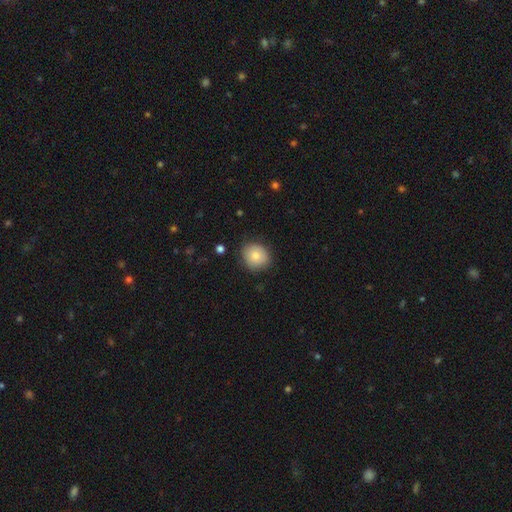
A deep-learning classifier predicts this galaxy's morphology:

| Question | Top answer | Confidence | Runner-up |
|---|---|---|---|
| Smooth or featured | smooth | 82% | featured or disk (10%) |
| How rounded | round | 76% | in between (23%) |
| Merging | none | 85% | minor disturbance (12%) |